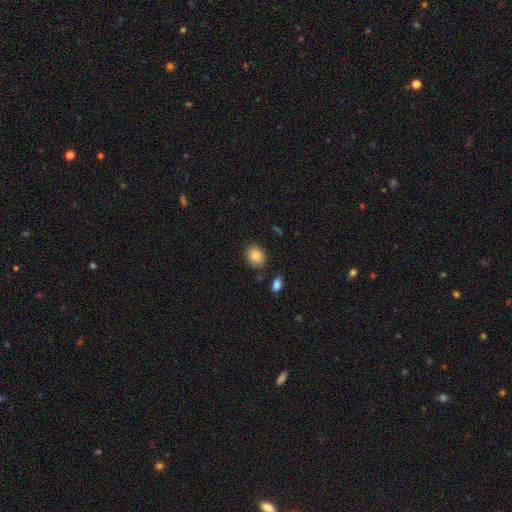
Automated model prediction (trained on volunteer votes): Smooth or featured?
  - smooth: 84% *
  - star or artifact: 8%
  - featured or disk: 8%
How rounded?
  - round: 57% *
  - in between: 42%
  - cigar-shaped: 1%
Merging?
  - none: 82% *
  - minor disturbance: 12%
  - merger: 3%
  - major disturbance: 3%